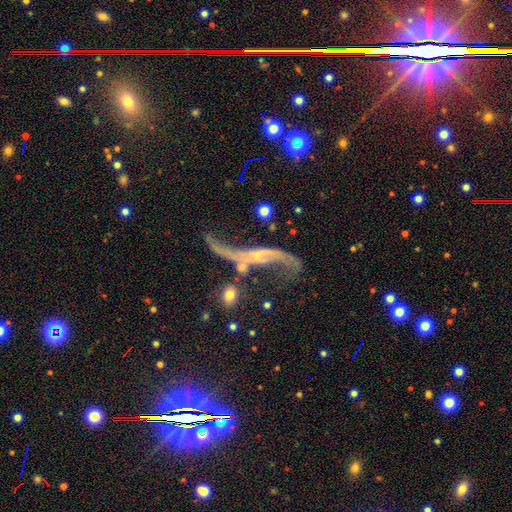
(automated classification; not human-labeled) A featured or disk galaxy (84%) with no bar (55%), 2 (91%) loose (91%) spiral arms (89%) and a small central bulge (76%). Merging: none (39%).